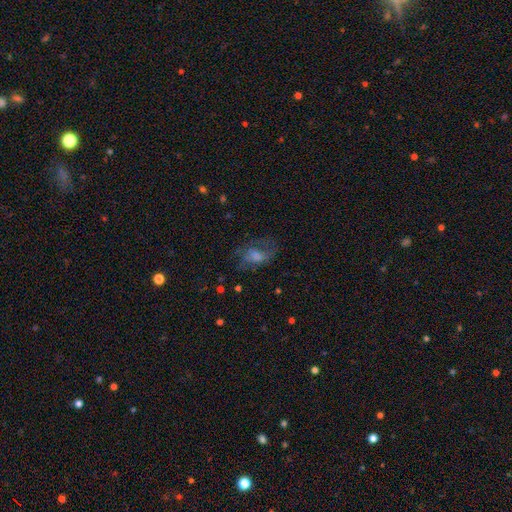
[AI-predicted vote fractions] This appears to be a featured or disk galaxy (50%). Merging: none (55%).